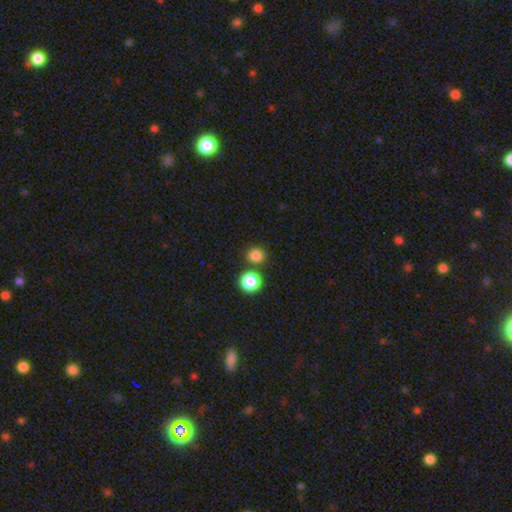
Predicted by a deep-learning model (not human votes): smooth_or_featured: smooth (p=0.83) [alt: star or artifact p=0.13]
how_rounded: round (p=0.88) [alt: in between p=0.11]
merging: none (p=0.73) [alt: merger p=0.16]